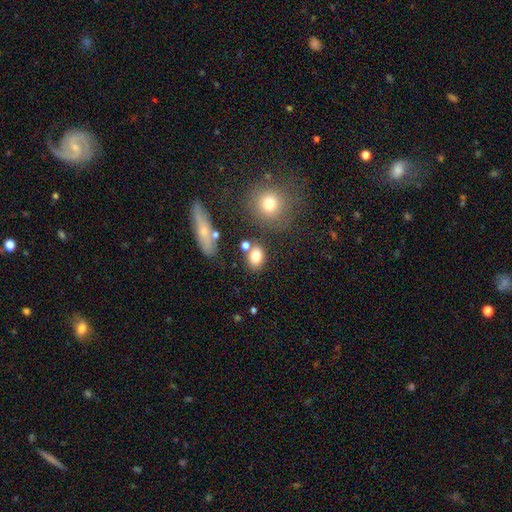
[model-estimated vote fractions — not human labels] Overall: smooth (77%). How rounded: in between (56%; round 42%). Merging: none (71%).